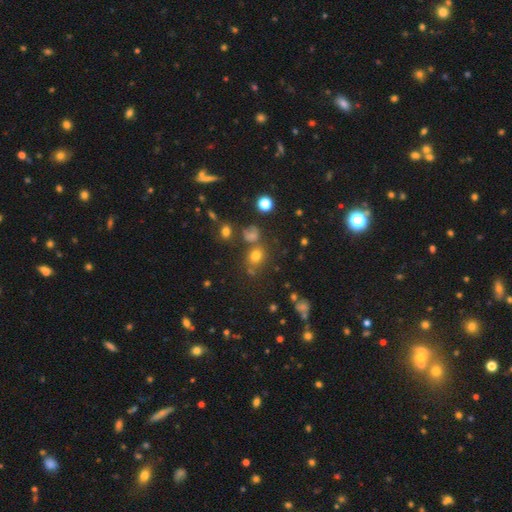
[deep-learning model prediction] Overall: smooth (68%). How rounded: round (69%). Merging: none (66%).